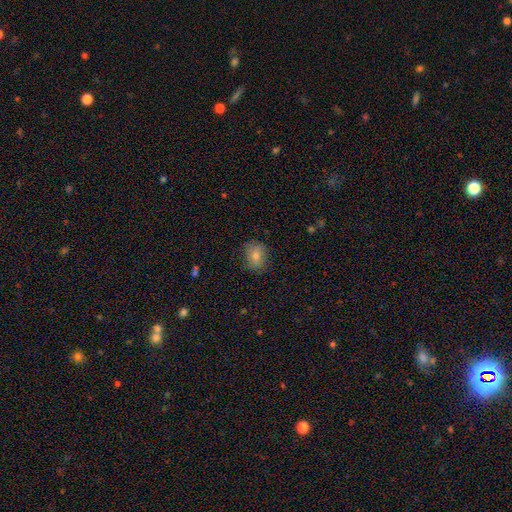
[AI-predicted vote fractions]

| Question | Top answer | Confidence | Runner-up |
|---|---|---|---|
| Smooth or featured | smooth | 67% | featured or disk (19%) |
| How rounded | round | 59% | in between (40%) |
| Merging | none | 80% | minor disturbance (15%) |